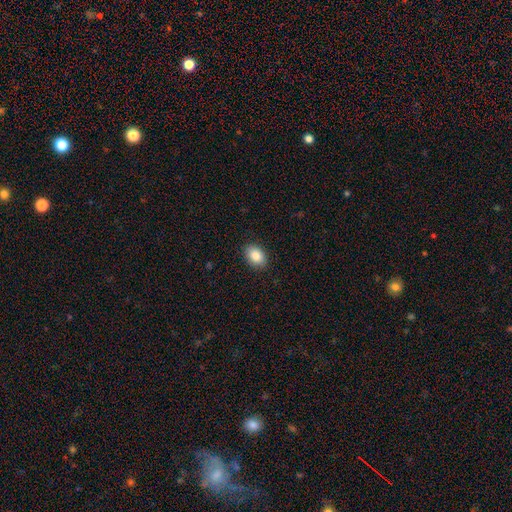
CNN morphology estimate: A smooth galaxy with no disk features (86%) that is in between round and cigar-shaped (81%). Merging: none (89%).